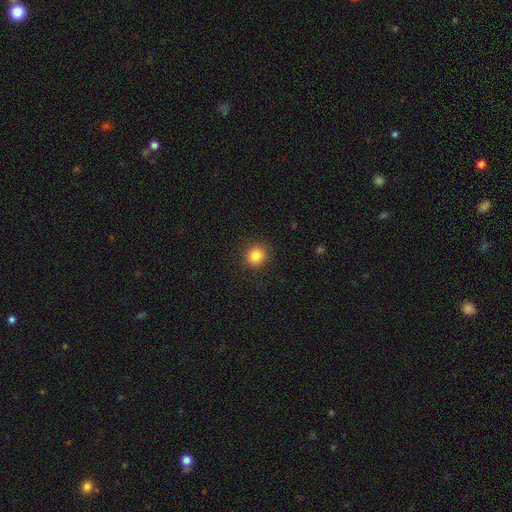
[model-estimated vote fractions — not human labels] Overall: smooth (85%). How rounded: round (90%). Merging: none (90%).